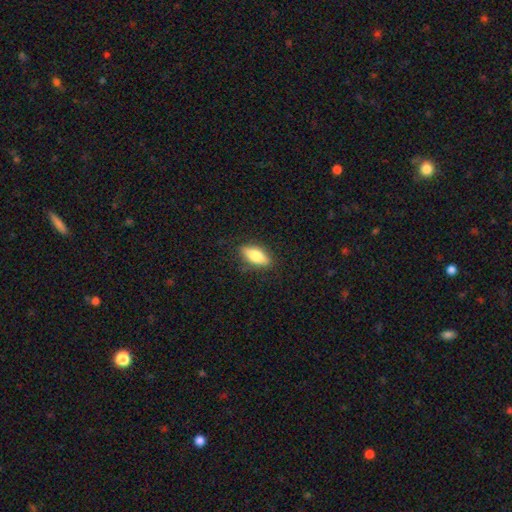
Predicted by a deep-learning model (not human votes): This appears to be a smooth galaxy with no disk features (75%) that is in between round and cigar-shaped (73%). Merging: none (84%).